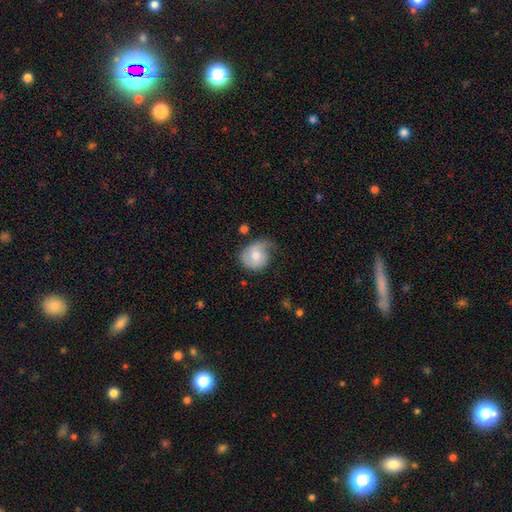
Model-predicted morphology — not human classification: This appears to be a smooth galaxy with no disk features (59%) that is round (66%). Merging: none (38%).